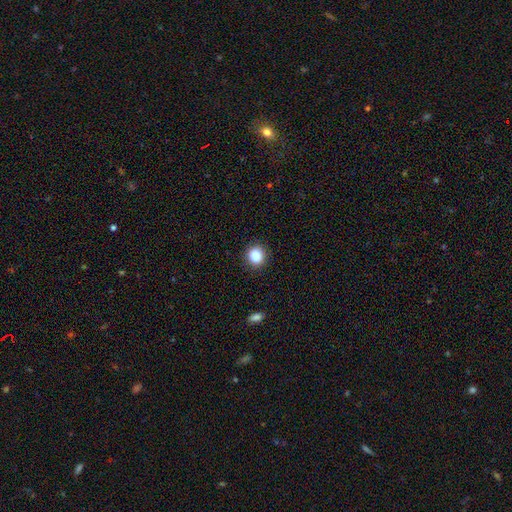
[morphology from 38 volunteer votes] Smooth or featured? 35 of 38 (92%) said smooth. How rounded? 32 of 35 (91%) said round. Merging? 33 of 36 (92%) said none.